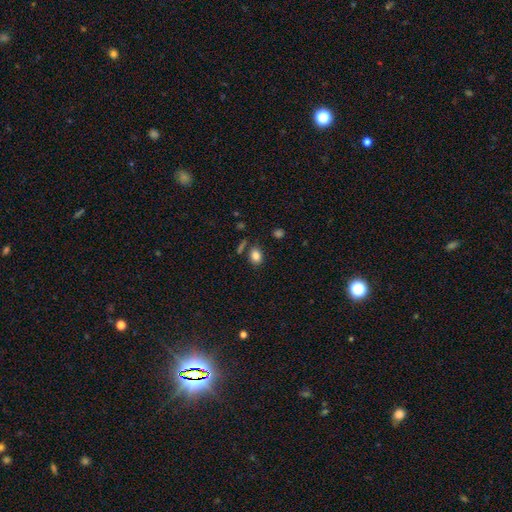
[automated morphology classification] Smooth or featured?
  - smooth: 83% *
  - star or artifact: 10%
  - featured or disk: 7%
How rounded?
  - in between: 66% *
  - round: 32%
  - cigar-shaped: 2%
Merging?
  - none: 77% *
  - minor disturbance: 12%
  - merger: 7%
  - major disturbance: 4%